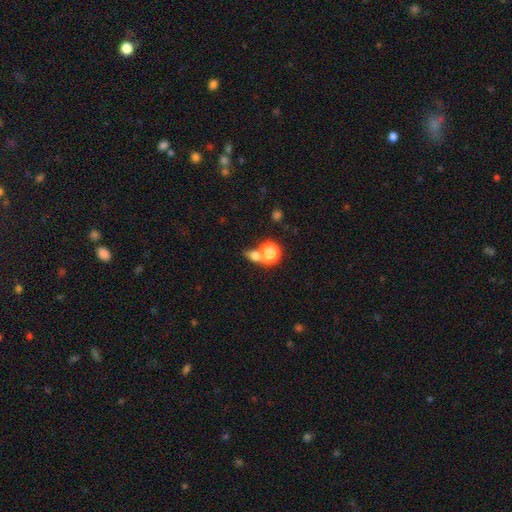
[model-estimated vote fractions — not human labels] Q: Smooth or featured?
A: smooth (69%); runner-up: star or artifact (21%)
Q: How rounded?
A: round (59%); runner-up: in between (38%)
Q: Merging?
A: none (49%); runner-up: merger (37%)